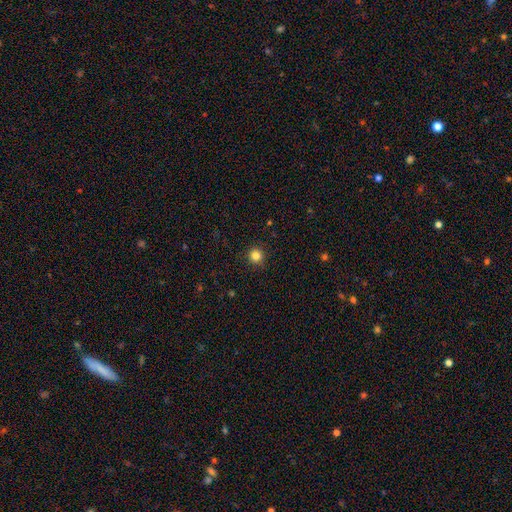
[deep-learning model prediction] smooth 84%, star or artifact 12%, featured or disk 4%. Down the decision tree: how rounded — round (94%); merging — none (91%).